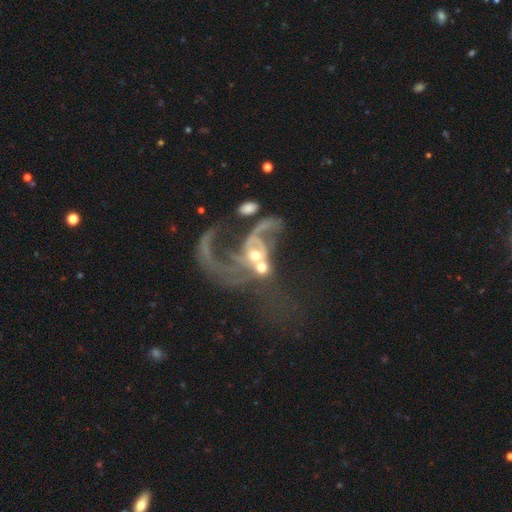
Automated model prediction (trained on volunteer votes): Q: Smooth or featured?
A: featured or disk (80%); runner-up: smooth (10%)
Q: Edge-on disk?
A: no (97%); runner-up: yes (3%)
Q: Bar?
A: no (65%); runner-up: weak (26%)
Q: Spiral arms?
A: yes (82%); runner-up: no (18%)
Q: Spiral winding?
A: loose (65%); runner-up: medium (26%)
Q: Spiral arm count?
A: 2 (42%); runner-up: 1 (29%)
Q: Bulge size?
A: moderate (44%); tied with: small (44%)
Q: Merging?
A: merger (52%); runner-up: major disturbance (32%)